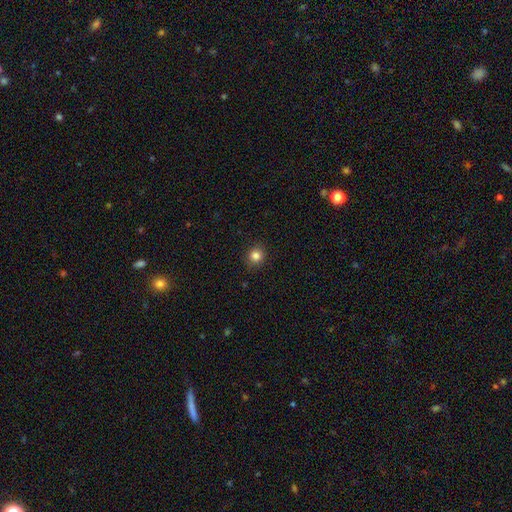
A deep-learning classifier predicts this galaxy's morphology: smooth 84%, star or artifact 12%, featured or disk 5%. Down the decision tree: how rounded — round (86%); merging — none (90%).